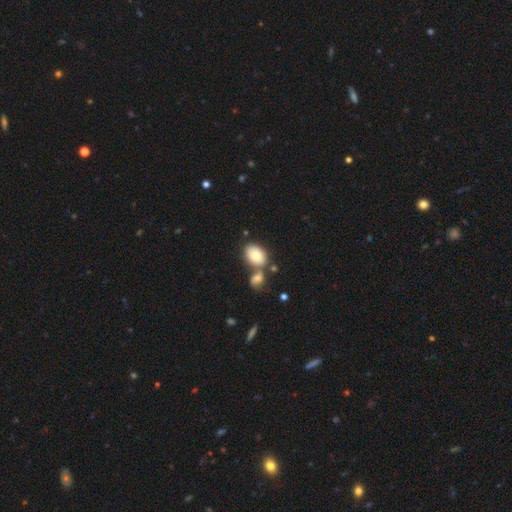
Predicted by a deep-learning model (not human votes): The model was most divided on "merging": none: 45%, merger: 38%, minor disturbance: 12%, major disturbance: 5%. More confident: how rounded — in between (85%); smooth or featured — smooth (79%).